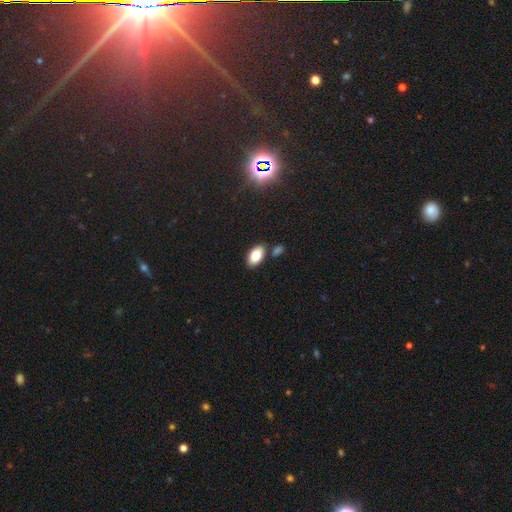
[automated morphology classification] Smooth or featured?
  - smooth: 83% *
  - featured or disk: 9%
  - star or artifact: 8%
How rounded?
  - in between: 94% *
  - round: 4%
  - cigar-shaped: 2%
Merging?
  - none: 79% *
  - minor disturbance: 11%
  - merger: 7%
  - major disturbance: 2%